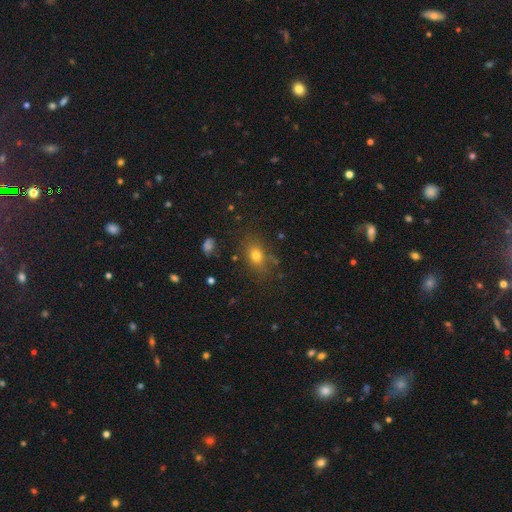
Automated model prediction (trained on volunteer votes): smooth_or_featured: smooth (p=0.71) [alt: star or artifact p=0.16]
how_rounded: in between (p=0.66) [alt: round p=0.31]
merging: none (p=0.77) [alt: minor disturbance p=0.15]